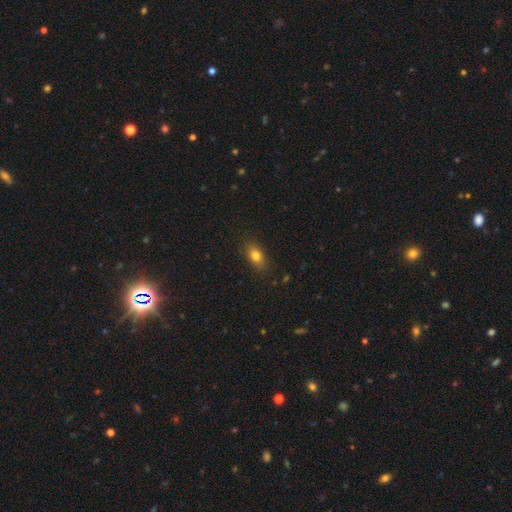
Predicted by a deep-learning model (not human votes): Morphology: type=smooth (79%); roundness=in between (81%); merging=none (85%).